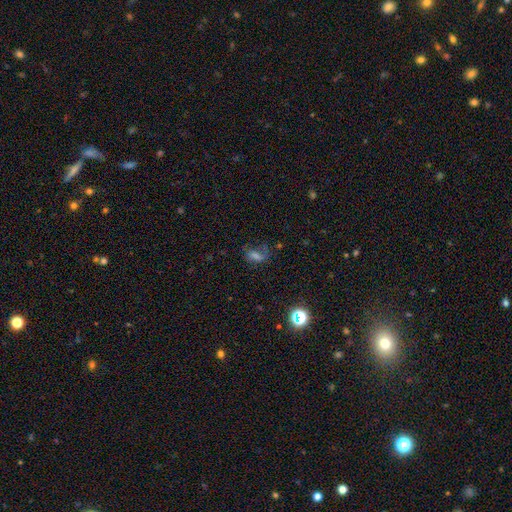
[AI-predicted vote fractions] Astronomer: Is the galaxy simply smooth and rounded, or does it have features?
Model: smooth — 35% (runner-up: featured or disk, 33%).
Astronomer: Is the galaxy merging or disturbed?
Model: none — 50%.